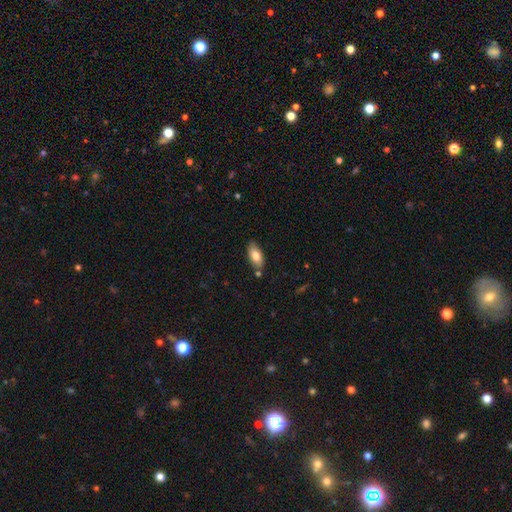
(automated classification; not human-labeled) Smooth or featured? smooth (79%)
How rounded? in between (87%)
Merging? none (76%)